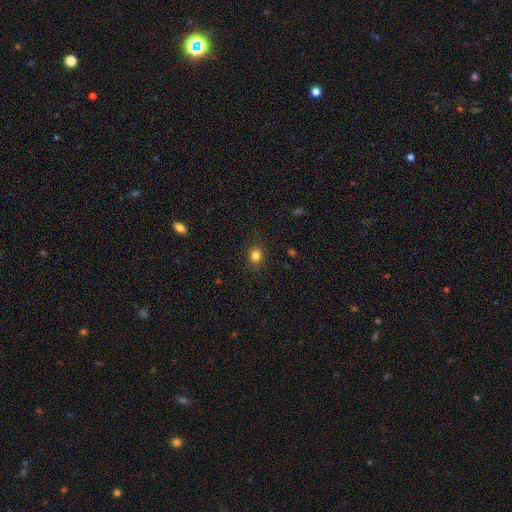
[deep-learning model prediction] This is clearly a smooth galaxy (82%). How rounded: clearly round (81%). Merging: clearly none (88%).